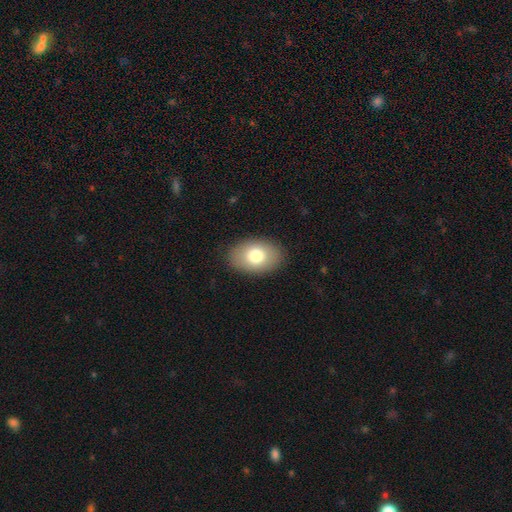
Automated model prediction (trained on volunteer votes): A smooth galaxy with no disk features (78%) that is in between round and cigar-shaped (86%).

Vote fractions:
- Smooth or featured? smooth: 78% / featured or disk: 15% / star or artifact: 8%
- How rounded? in between: 86% / round: 13% / cigar-shaped: 1%
- Merging? none: 88% / minor disturbance: 9% / major disturbance: 3% / merger: 1%